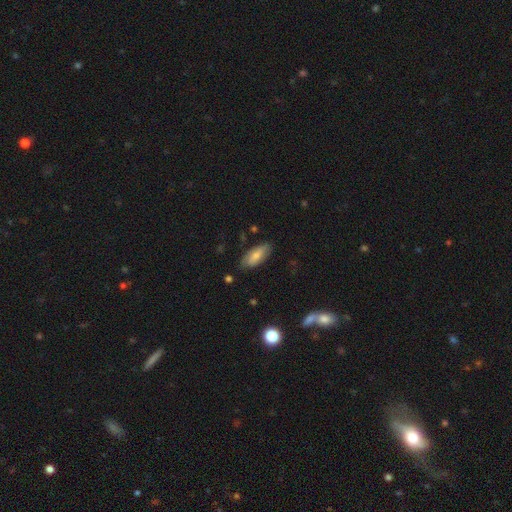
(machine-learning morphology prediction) Overall: smooth (68%). How rounded: in between (83%). Merging: none (79%).